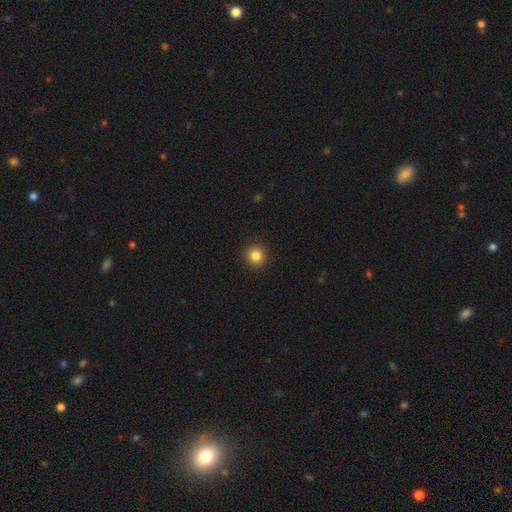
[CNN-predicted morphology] smooth_or_featured: smooth (p=0.85) [alt: star or artifact p=0.11]
how_rounded: round (p=0.92) [alt: in between p=0.07]
merging: none (p=0.92) [alt: minor disturbance p=0.05]